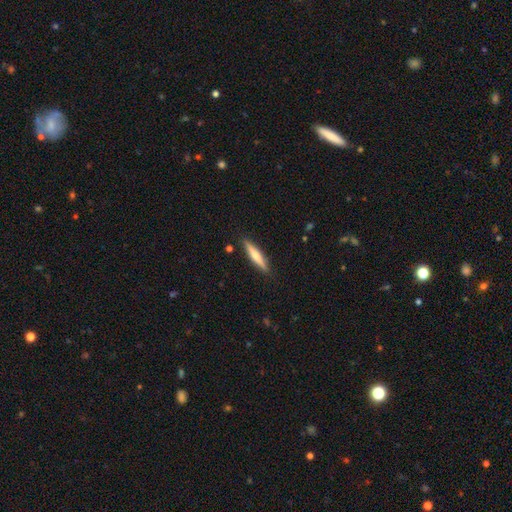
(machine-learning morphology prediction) type=smooth (54%); roundness=cigar-shaped (89%); merging=none (89%).